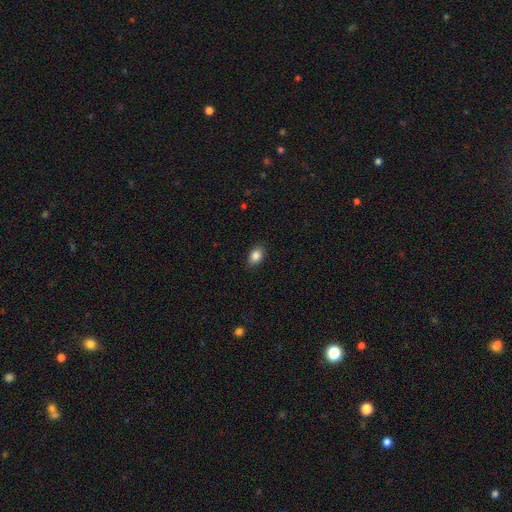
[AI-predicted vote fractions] smooth 87%, star or artifact 8%, featured or disk 5%. Down the decision tree: how rounded — in between (81%); merging — none (87%).